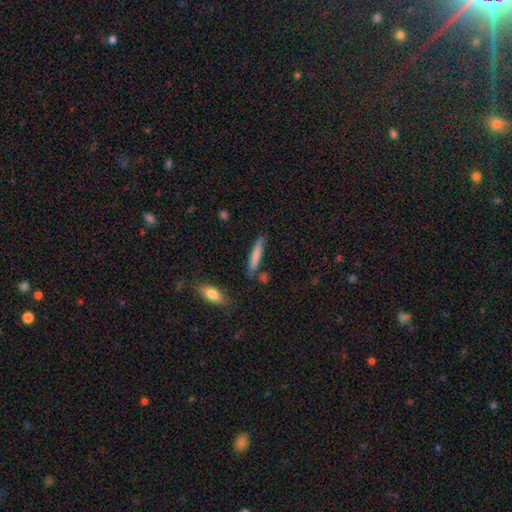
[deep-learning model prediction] Smooth or featured?
  - smooth: 71% *
  - featured or disk: 23%
  - star or artifact: 6%
How rounded?
  - cigar-shaped: 91% *
  - in between: 8%
  - round: 2%
Merging?
  - none: 80% *
  - minor disturbance: 12%
  - merger: 5%
  - major disturbance: 3%